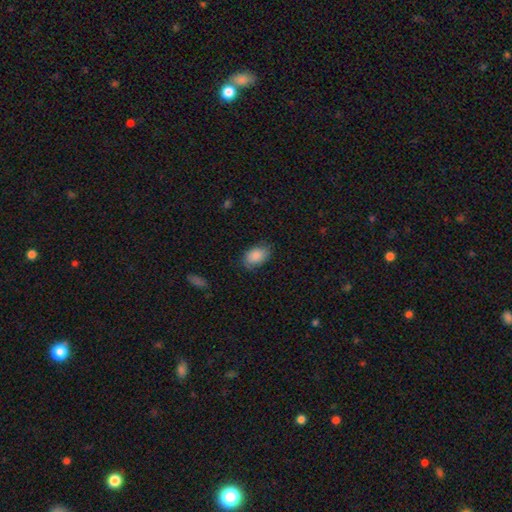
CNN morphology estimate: Smooth or featured: smooth — 88% (star or artifact — 7%)
How rounded: in between — 90% (round — 8%)
Merging: none — 79% (minor disturbance — 16%)